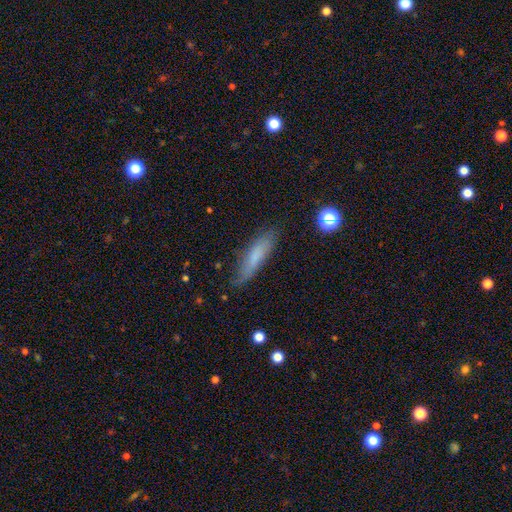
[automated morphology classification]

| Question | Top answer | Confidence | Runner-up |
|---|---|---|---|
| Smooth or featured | smooth | 68% | featured or disk (23%) |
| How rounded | cigar-shaped | 71% | in between (27%) |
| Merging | none | 74% | minor disturbance (19%) |